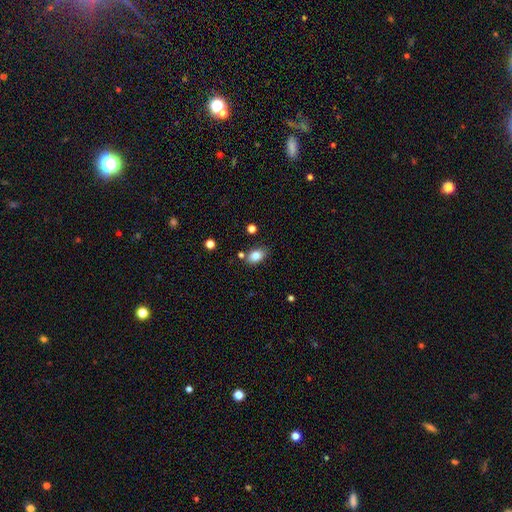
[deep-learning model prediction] The model was most divided on "merging": none: 79%, minor disturbance: 13%, merger: 6%, major disturbance: 3%. More confident: smooth or featured — smooth (83%); how rounded — in between (82%).